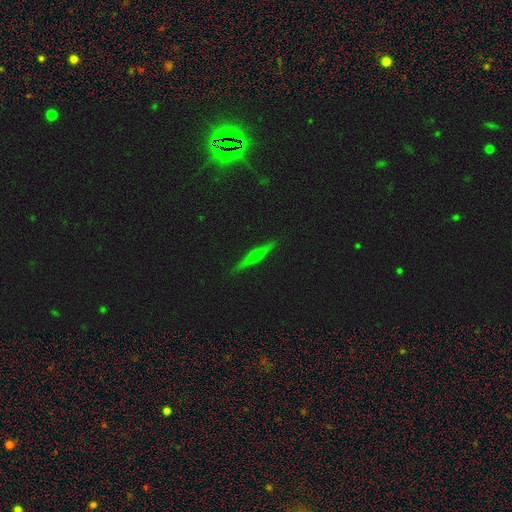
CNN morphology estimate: The model was most divided on "smooth or featured": featured or disk: 63%, smooth: 27%, star or artifact: 10%. More confident: edge-on disk — yes (97%); merging — none (91%); edge-on bulge — rounded (78%).